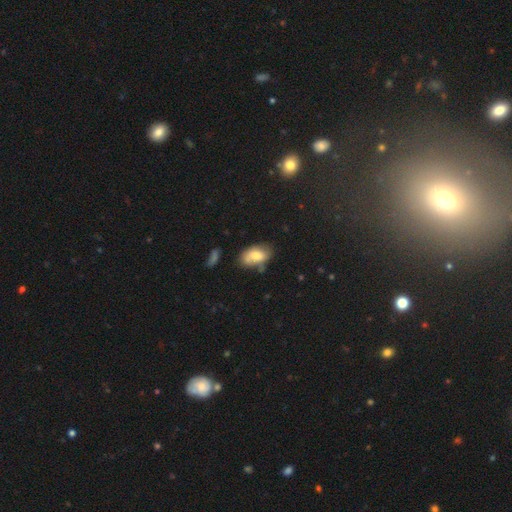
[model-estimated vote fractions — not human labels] A smooth galaxy with no disk features (72%) that is in between round and cigar-shaped (91%).

Vote fractions:
- Smooth or featured? smooth: 72% / featured or disk: 21% / star or artifact: 8%
- How rounded? in between: 91% / round: 7% / cigar-shaped: 2%
- Merging? none: 56% / minor disturbance: 27% / merger: 9% / major disturbance: 7%